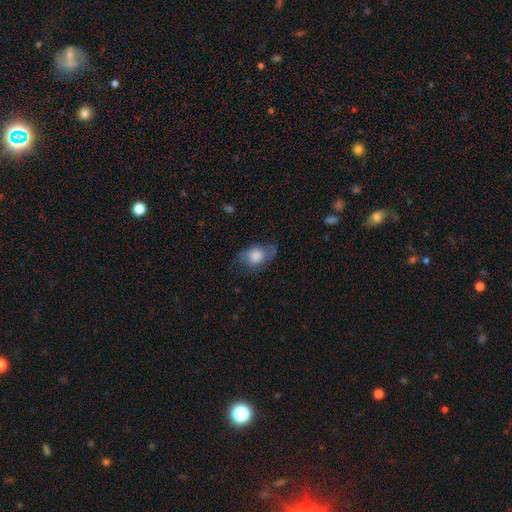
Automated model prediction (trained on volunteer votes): Smooth or featured? smooth (61%)
How rounded? in between (69%)
Merging? none (61%)